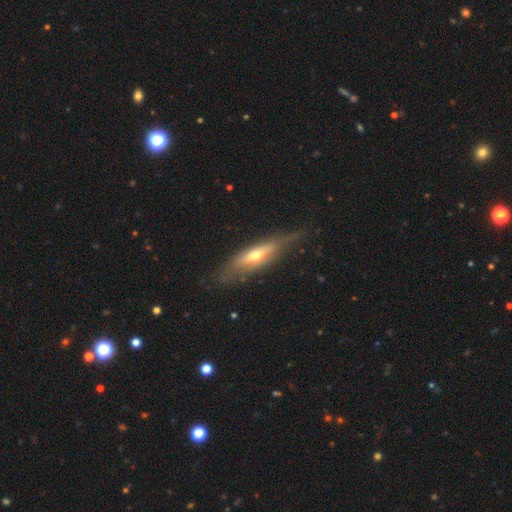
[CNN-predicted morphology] Overall: featured or disk (56%; smooth 38%). Edge-on disk: yes (79%). Merging: none (67%).